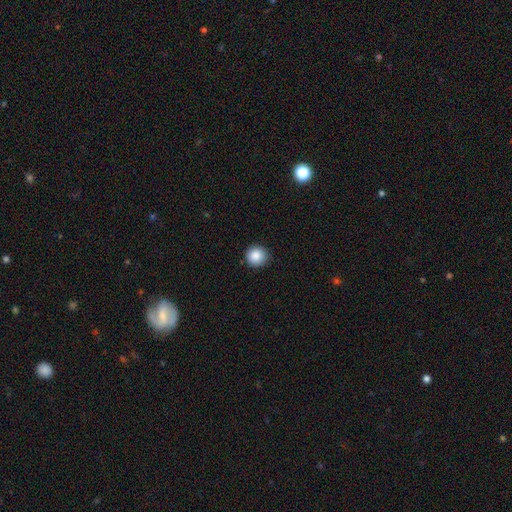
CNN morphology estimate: Overall: smooth (87%). How rounded: round (94%). Merging: none (91%).